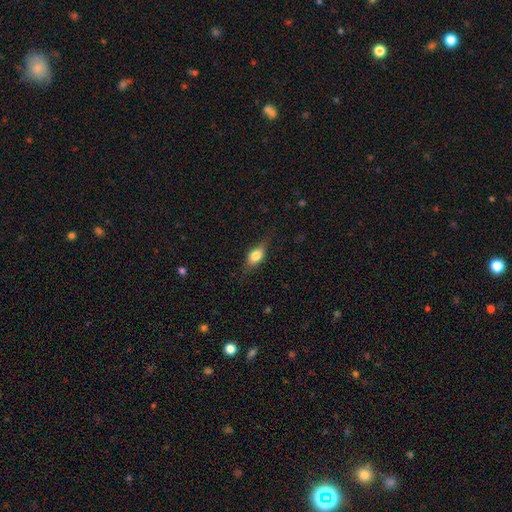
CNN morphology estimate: smooth_or_featured: smooth (p=0.68) [alt: featured or disk p=0.24]
how_rounded: in between (p=0.76) [alt: cigar-shaped p=0.13]
merging: none (p=0.75) [alt: minor disturbance p=0.18]